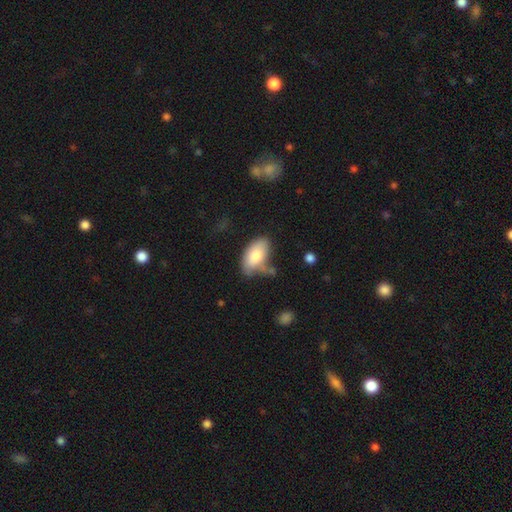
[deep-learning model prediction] Q: Smooth or featured?
A: smooth (78%); runner-up: featured or disk (16%)
Q: How rounded?
A: in between (94%); runner-up: round (4%)
Q: Merging?
A: none (51%); runner-up: minor disturbance (27%)